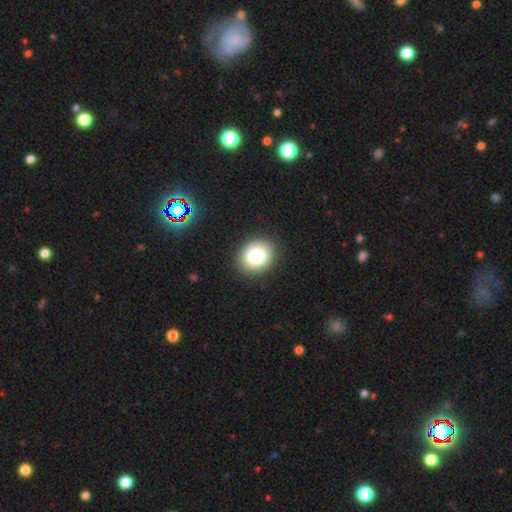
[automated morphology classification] Smooth or featured?
  - smooth: 80% *
  - featured or disk: 10%
  - star or artifact: 10%
How rounded?
  - round: 59% *
  - in between: 40%
  - cigar-shaped: 1%
Merging?
  - none: 89% *
  - minor disturbance: 8%
  - major disturbance: 2%
  - merger: 1%